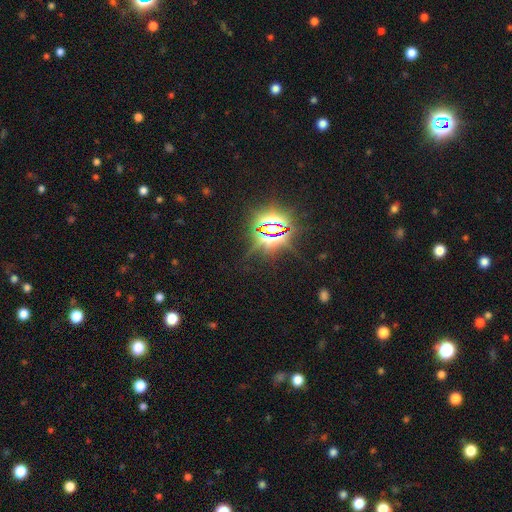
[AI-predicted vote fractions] smooth_or_featured: star or artifact (p=0.83) [alt: smooth p=0.10]